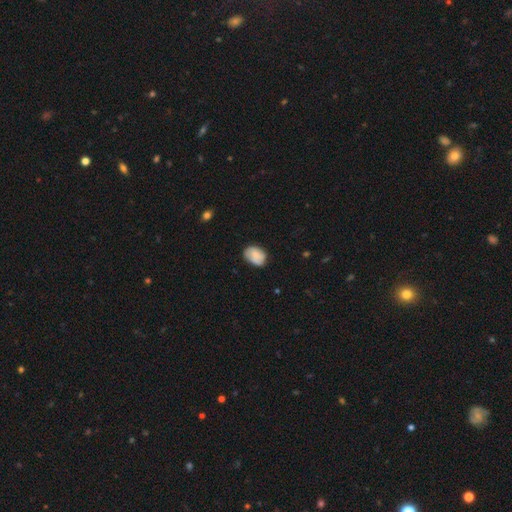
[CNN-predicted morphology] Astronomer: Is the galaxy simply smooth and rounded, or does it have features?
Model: smooth — 73%.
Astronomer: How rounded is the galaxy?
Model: in between — 78%.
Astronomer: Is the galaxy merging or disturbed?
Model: none — 72%.